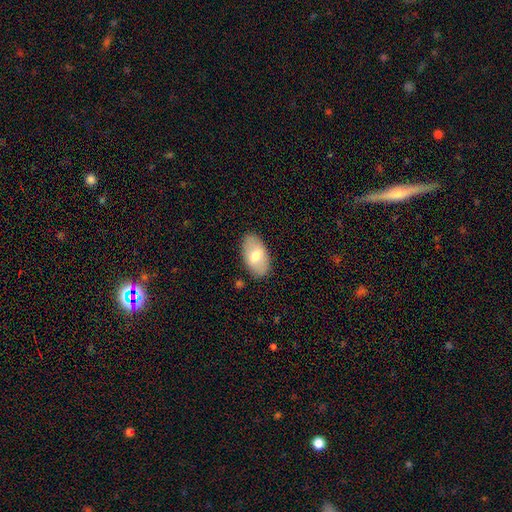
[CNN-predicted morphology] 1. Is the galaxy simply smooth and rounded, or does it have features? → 66% smooth, 28% featured or disk, 6% star or artifact.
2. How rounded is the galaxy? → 94% in between, 4% round, 2% cigar-shaped.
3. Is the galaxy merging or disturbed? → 86% none, 10% minor disturbance, 3% major disturbance, 1% merger.